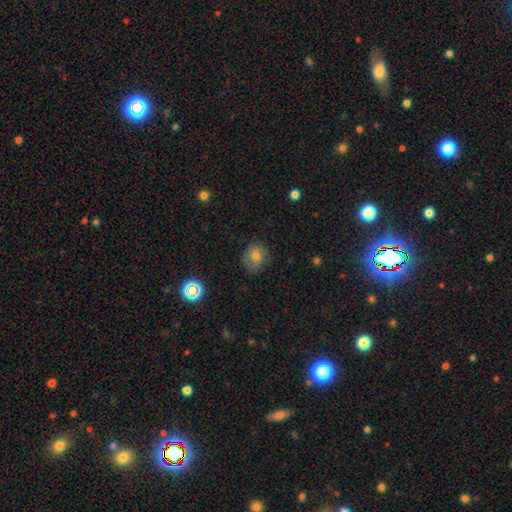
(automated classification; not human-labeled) smooth_or_featured: smooth (p=0.64) [alt: featured or disk p=0.23]
how_rounded: round (p=0.76) [alt: in between p=0.23]
merging: none (p=0.72) [alt: minor disturbance p=0.20]